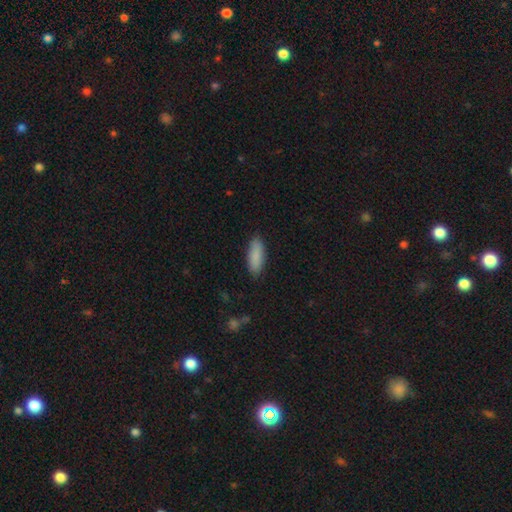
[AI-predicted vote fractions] smooth-or-featured: smooth: 88% | star or artifact: 6% | featured or disk: 6%
  how-rounded: in between: 65% | cigar-shaped: 33% | round: 2%
  merging: none: 85% | minor disturbance: 12% | major disturbance: 2% | merger: 1%